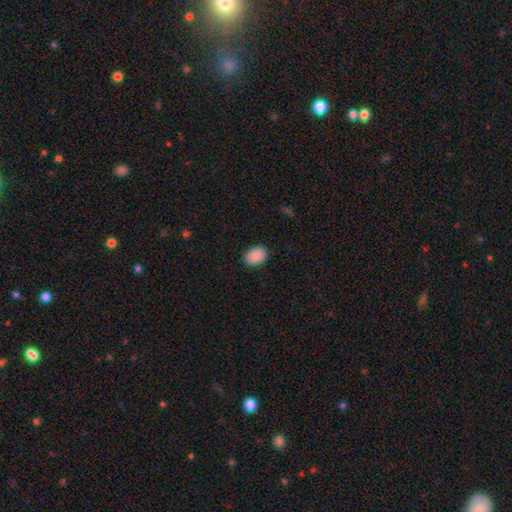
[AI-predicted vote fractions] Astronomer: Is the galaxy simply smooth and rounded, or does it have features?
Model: smooth — 90%.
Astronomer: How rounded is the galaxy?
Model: in between — 79%.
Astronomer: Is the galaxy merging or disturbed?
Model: none — 89%.